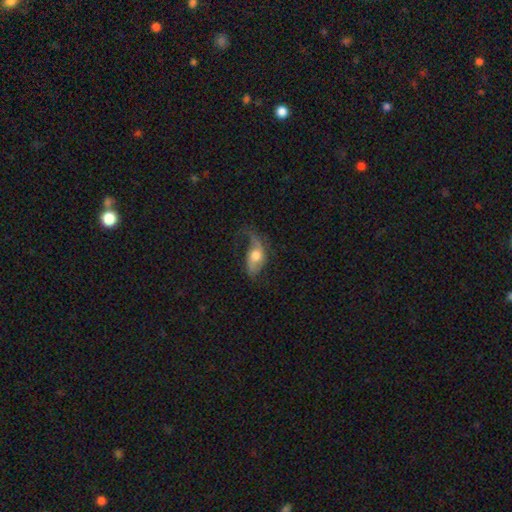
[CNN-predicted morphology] This appears to be a featured or disk galaxy (57%) with no bar (69%), spiral arms (80%) and a moderate central bulge (65%). Merging: none (37%).